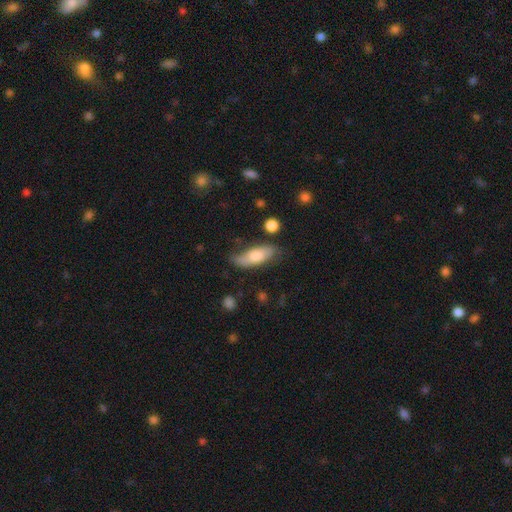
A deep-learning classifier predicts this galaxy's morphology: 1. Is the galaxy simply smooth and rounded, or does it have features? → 64% smooth, 30% featured or disk, 6% star or artifact.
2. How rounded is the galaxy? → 68% in between, 29% cigar-shaped, 3% round.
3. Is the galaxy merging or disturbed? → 63% none, 26% minor disturbance, 8% major disturbance, 3% merger.